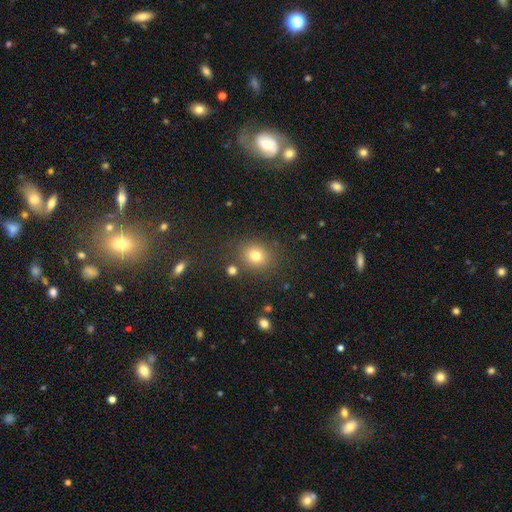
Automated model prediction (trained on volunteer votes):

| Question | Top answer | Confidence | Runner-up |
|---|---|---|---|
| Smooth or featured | smooth | 77% | star or artifact (15%) |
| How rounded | round | 76% | in between (23%) |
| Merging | none | 81% | minor disturbance (10%) |